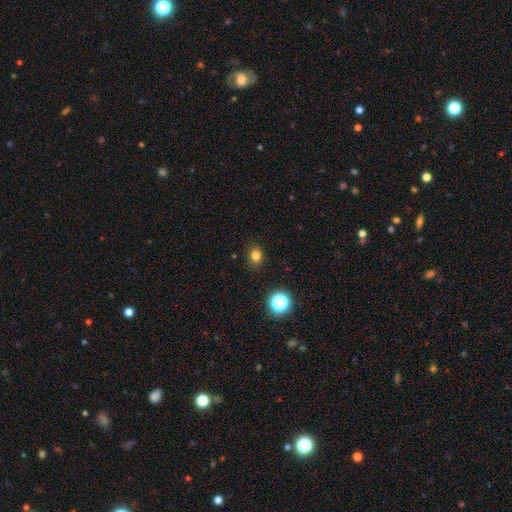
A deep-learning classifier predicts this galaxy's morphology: smooth-or-featured: smooth: 79% | star or artifact: 15% | featured or disk: 6%
  how-rounded: round: 53% | in between: 46% | cigar-shaped: 1%
  merging: none: 87% | minor disturbance: 9% | major disturbance: 2% | merger: 1%